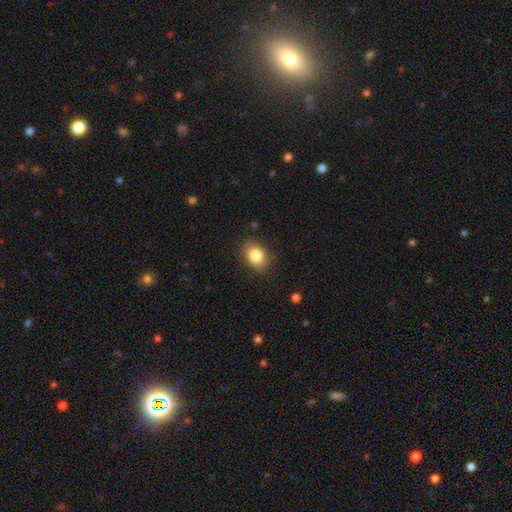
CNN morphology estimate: Smooth or featured? smooth (83%)
How rounded? in between (64%)
Merging? none (85%)